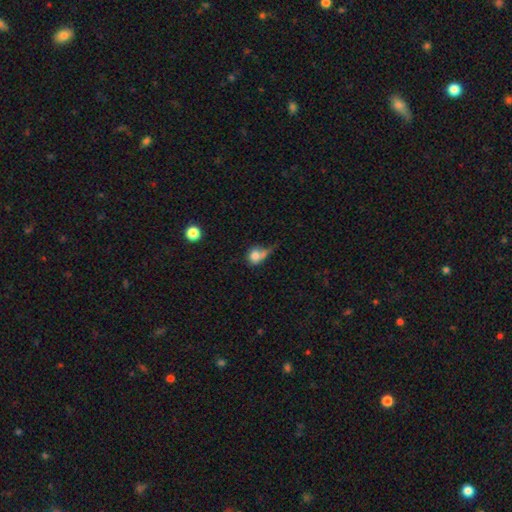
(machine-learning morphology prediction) smooth-or-featured: smooth: 74% | featured or disk: 16% | star or artifact: 10%
  how-rounded: round: 63% | in between: 34% | cigar-shaped: 3%
  merging: none: 30% | major disturbance: 26% | merger: 23% | minor disturbance: 22%